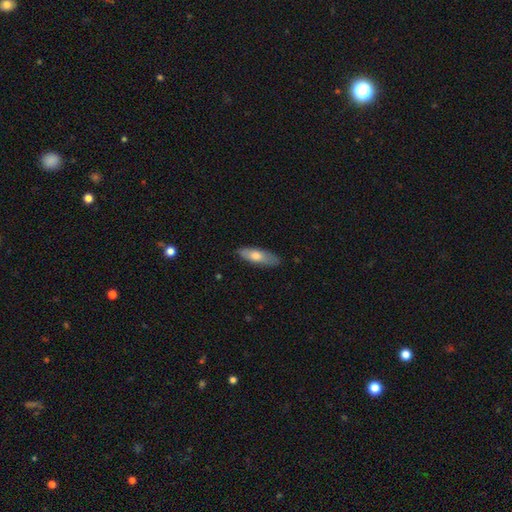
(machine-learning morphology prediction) The model was most divided on "how rounded": in between: 52%, cigar-shaped: 45%, round: 2%. More confident: merging — none (81%); smooth or featured — smooth (68%).